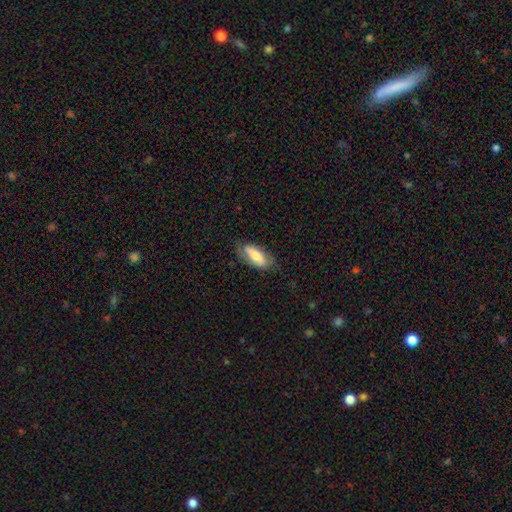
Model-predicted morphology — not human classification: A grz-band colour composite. It shows a smooth galaxy with no disk features (58%) that is in between round and cigar-shaped (77%). Merging: none (71%).